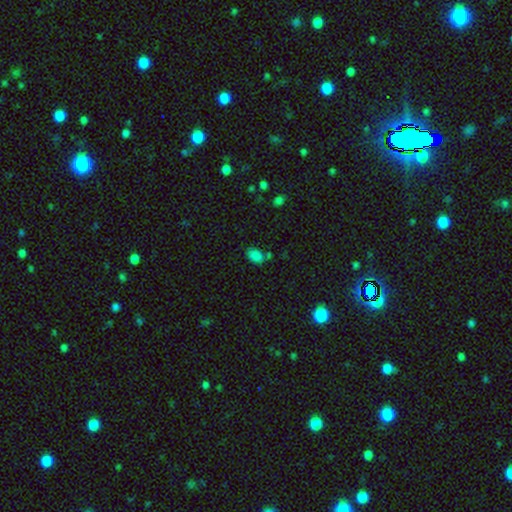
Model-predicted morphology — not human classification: This is clearly a smooth galaxy (82%). How rounded: clearly in between (85%). Merging: likely none (69%).